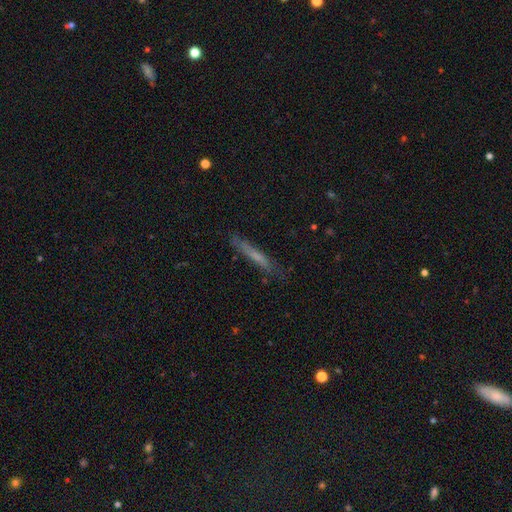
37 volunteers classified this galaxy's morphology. smooth-or-featured: smooth: 57% | featured or disk: 38% | star or artifact: 5%
  how-rounded: cigar-shaped: 90% | in between: 10% | round: 0%
  merging: none: 89% | minor disturbance: 11% | major disturbance: 0% | merger: 0%